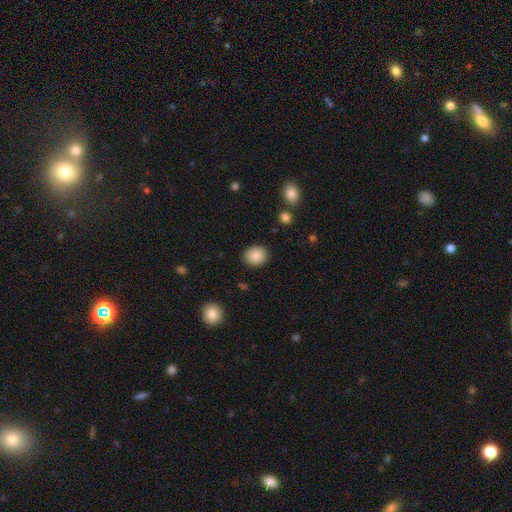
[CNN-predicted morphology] Smooth or featured? Predicted: smooth (p=0.86). How rounded? Predicted: round (p=0.78). Merging? Predicted: none (p=0.90).